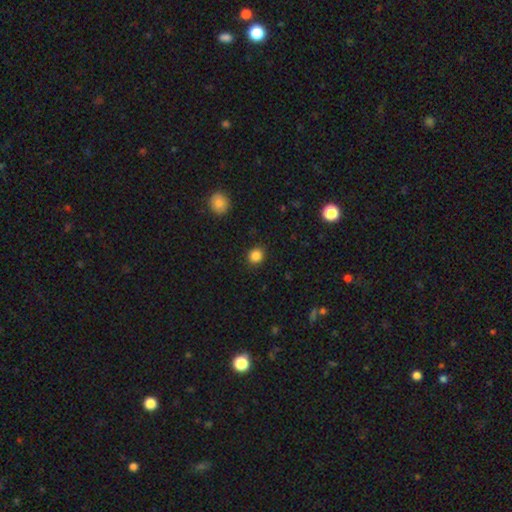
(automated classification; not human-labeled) A smooth galaxy with no disk features (85%) that is round (83%). Merging: none (90%).